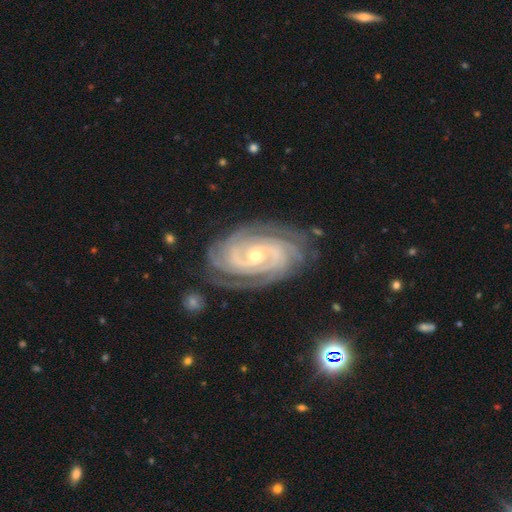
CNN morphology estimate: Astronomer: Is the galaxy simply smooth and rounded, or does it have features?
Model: featured or disk — 92%.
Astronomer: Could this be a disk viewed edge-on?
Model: no — 97%.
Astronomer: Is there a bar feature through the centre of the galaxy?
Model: no — 64%.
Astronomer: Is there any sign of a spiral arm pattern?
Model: yes — 99%.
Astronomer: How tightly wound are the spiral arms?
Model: tight — 80%.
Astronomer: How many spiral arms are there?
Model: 3 — 26% (runner-up: 2, 24%).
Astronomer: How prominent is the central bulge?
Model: small — 65%.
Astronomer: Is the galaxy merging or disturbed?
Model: none — 77%.